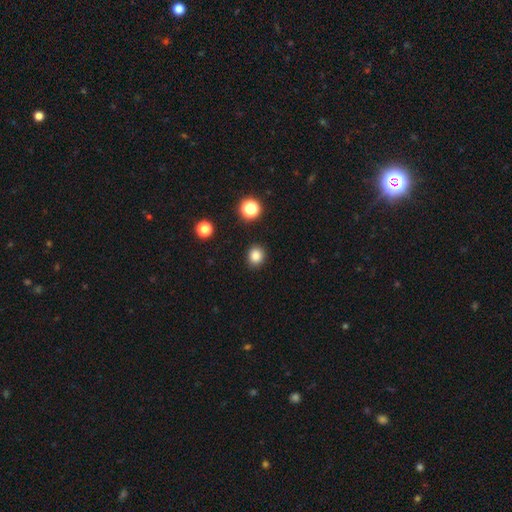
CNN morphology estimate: Smooth or featured?
  - smooth: 84% *
  - star or artifact: 12%
  - featured or disk: 4%
How rounded?
  - round: 80% *
  - in between: 20%
  - cigar-shaped: 1%
Merging?
  - none: 90% *
  - minor disturbance: 6%
  - major disturbance: 2%
  - merger: 2%